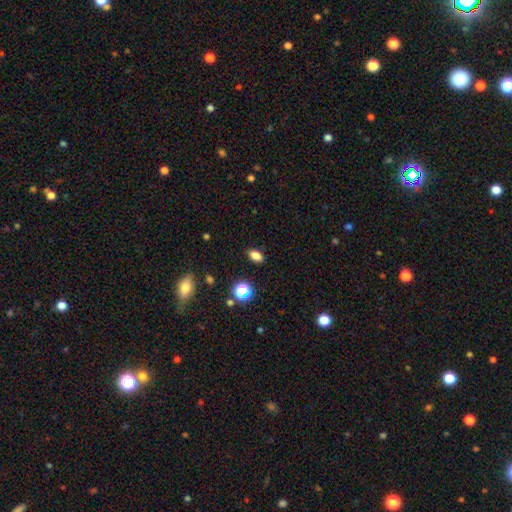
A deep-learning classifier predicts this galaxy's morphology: Smooth or featured: smooth — 79% (star or artifact — 14%)
How rounded: in between — 83% (round — 13%)
Merging: none — 88% (minor disturbance — 8%)